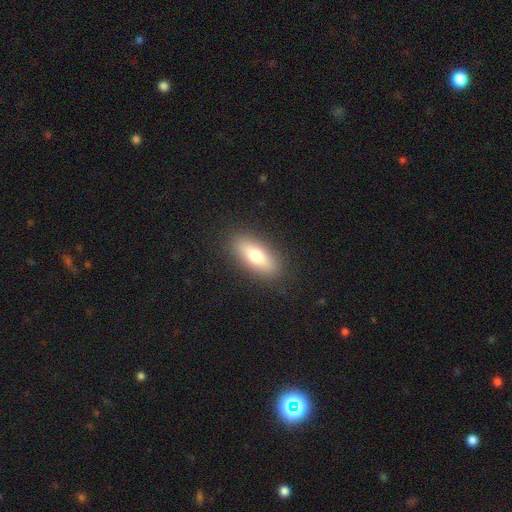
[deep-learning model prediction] smooth-or-featured: smooth: 73% | featured or disk: 19% | star or artifact: 8%
  how-rounded: in between: 76% | cigar-shaped: 21% | round: 4%
  merging: none: 88% | minor disturbance: 9% | major disturbance: 3% | merger: 1%